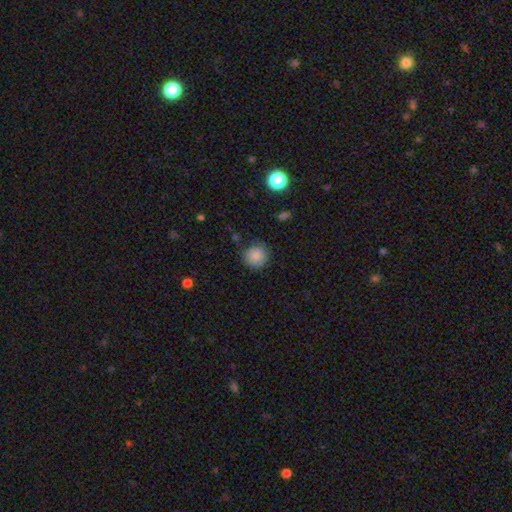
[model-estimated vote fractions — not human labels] Q: Smooth or featured?
A: smooth (86%); runner-up: star or artifact (9%)
Q: How rounded?
A: round (92%); runner-up: in between (7%)
Q: Merging?
A: none (82%); runner-up: minor disturbance (13%)